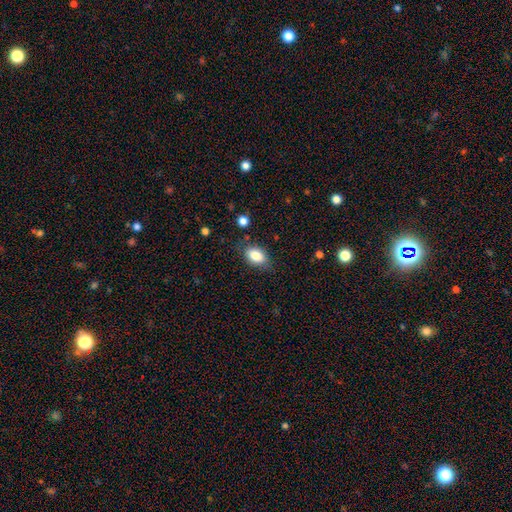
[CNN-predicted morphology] Q: Smooth or featured?
A: smooth (84%); runner-up: featured or disk (9%)
Q: How rounded?
A: in between (87%); runner-up: round (11%)
Q: Merging?
A: none (77%); runner-up: minor disturbance (17%)